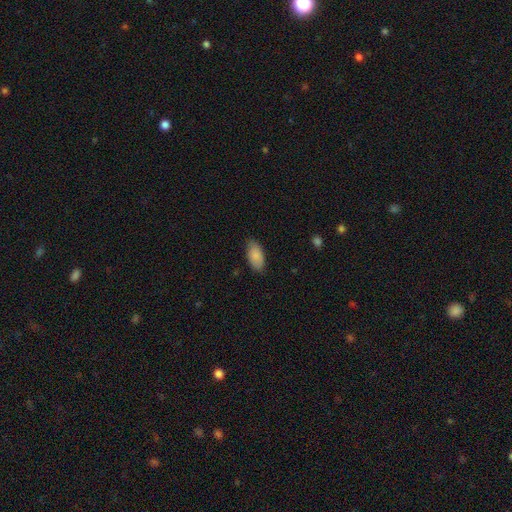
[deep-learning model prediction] smooth 87%, featured or disk 7%, star or artifact 6%. Down the decision tree: how rounded — in between (94%); merging — none (83%).